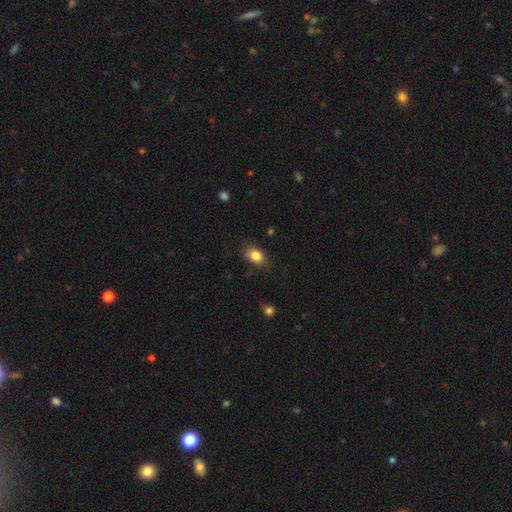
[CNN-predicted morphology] Smooth or featured? smooth (85%)
How rounded? in between (79%)
Merging? none (77%)